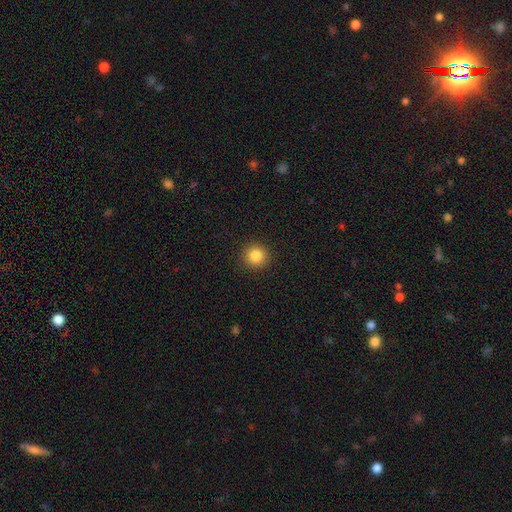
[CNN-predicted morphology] Smooth or featured: smooth — 85% (star or artifact — 10%)
How rounded: round — 94% (in between — 5%)
Merging: none — 92% (minor disturbance — 5%)